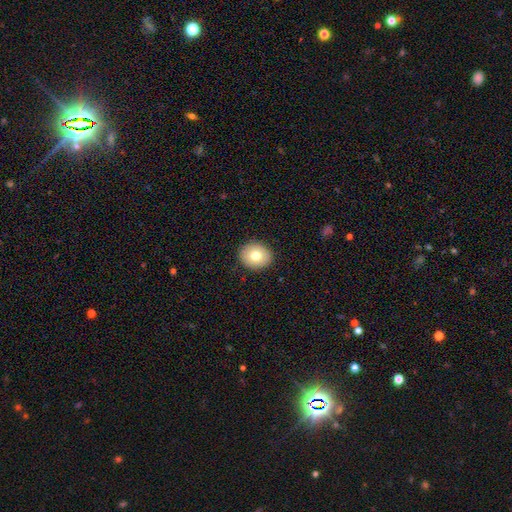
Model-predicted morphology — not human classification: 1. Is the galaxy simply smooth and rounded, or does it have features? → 76% smooth, 15% featured or disk, 9% star or artifact.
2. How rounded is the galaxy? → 66% round, 33% in between, 1% cigar-shaped.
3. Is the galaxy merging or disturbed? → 91% none, 7% minor disturbance, 2% major disturbance, 1% merger.